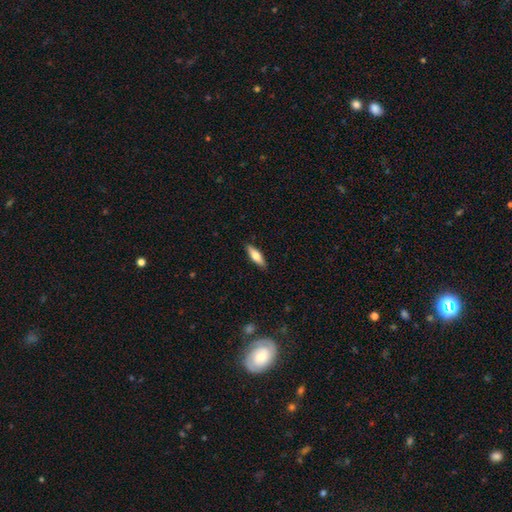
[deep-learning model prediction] Smooth or featured? smooth (66%)
How rounded? cigar-shaped (52%)
Merging? none (89%)